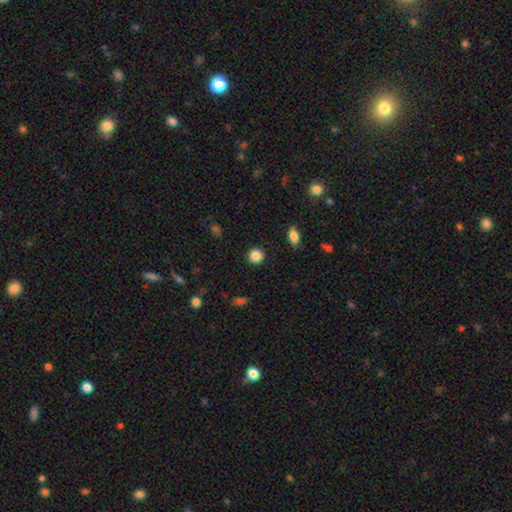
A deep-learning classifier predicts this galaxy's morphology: Smooth or featured? smooth (87%)
How rounded? round (91%)
Merging? none (92%)